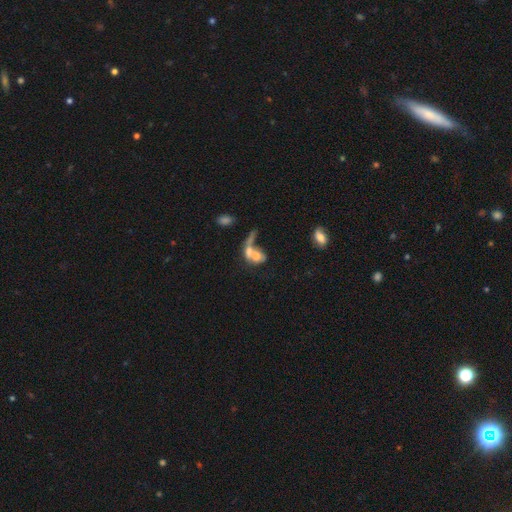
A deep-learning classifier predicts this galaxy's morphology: smooth 56%, featured or disk 33%, star or artifact 11%. Down the decision tree: how rounded — in between (60%); merging — merger (63%).